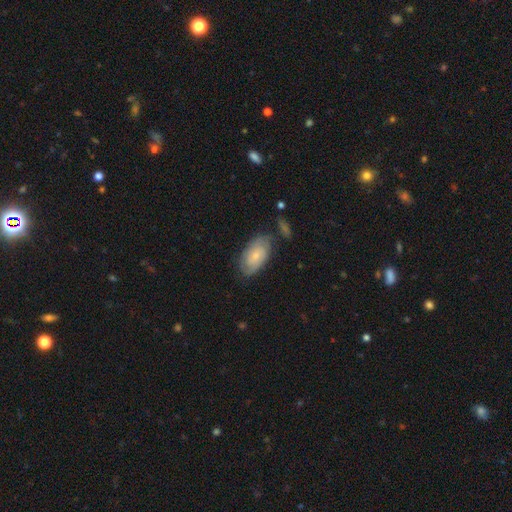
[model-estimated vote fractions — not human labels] Smooth or featured? featured or disk (51%)
Edge-on disk? no (94%)
Merging? none (63%)